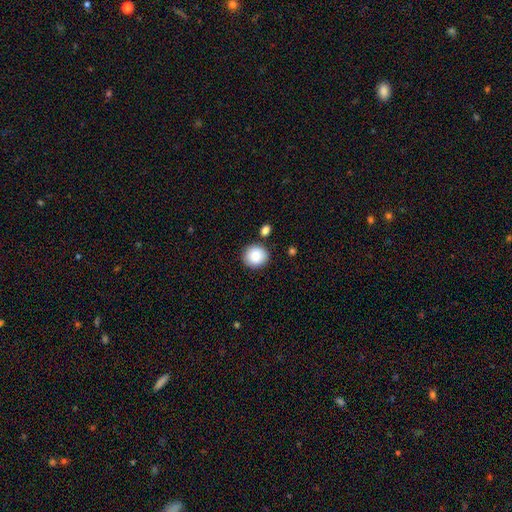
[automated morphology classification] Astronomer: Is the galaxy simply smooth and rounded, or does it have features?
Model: smooth — 87%.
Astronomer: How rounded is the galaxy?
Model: round — 87%.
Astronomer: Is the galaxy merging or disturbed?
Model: none — 85%.